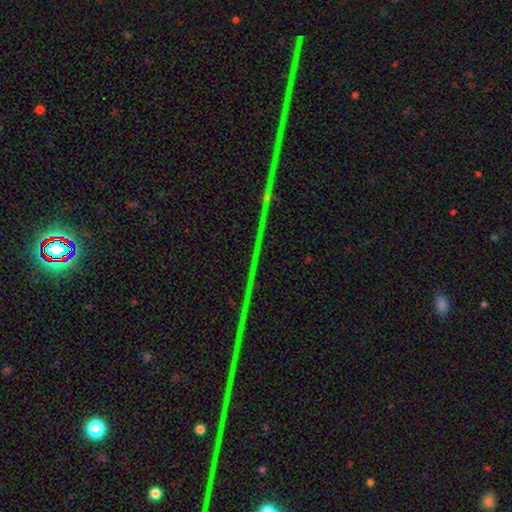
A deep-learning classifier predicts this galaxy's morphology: This is clearly a star or artifact rather than a galaxy (83%).